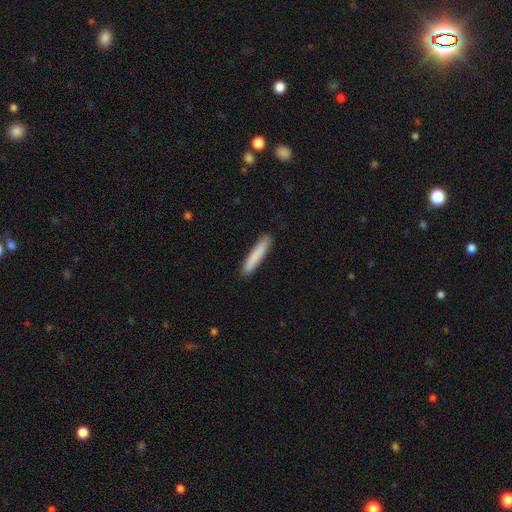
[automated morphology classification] type=smooth (84%); roundness=cigar-shaped (93%); merging=none (90%).